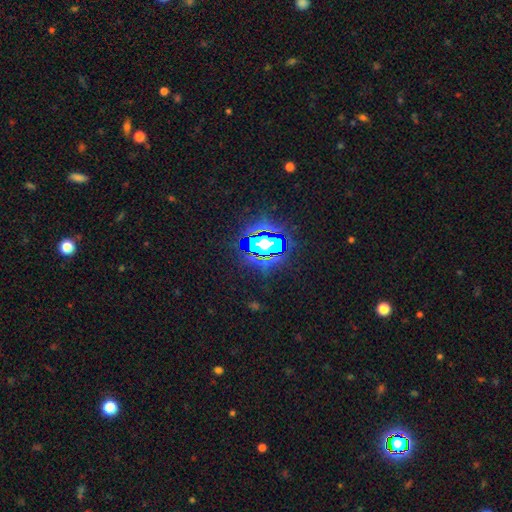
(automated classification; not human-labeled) Morphology: type=star or artifact (81%).